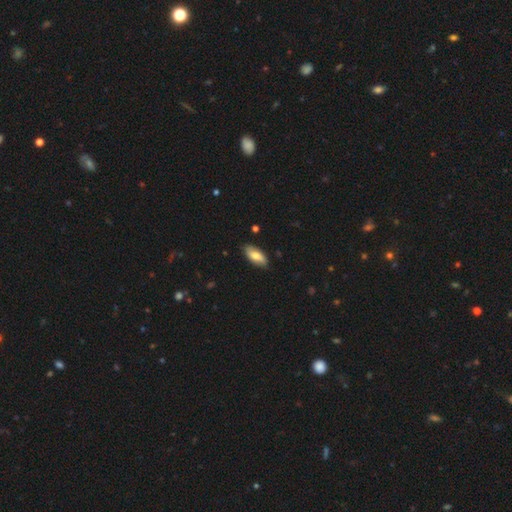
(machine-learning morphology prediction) Smooth or featured? Predicted: smooth (p=0.74). How rounded? Predicted: in between (p=0.85). Merging? Predicted: none (p=0.84).